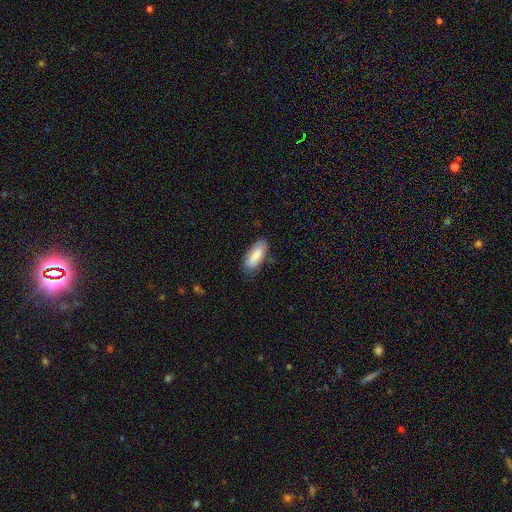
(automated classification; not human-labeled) Smooth or featured? Predicted: smooth (p=0.85). How rounded? Predicted: in between (p=0.82). Merging? Predicted: none (p=0.76).